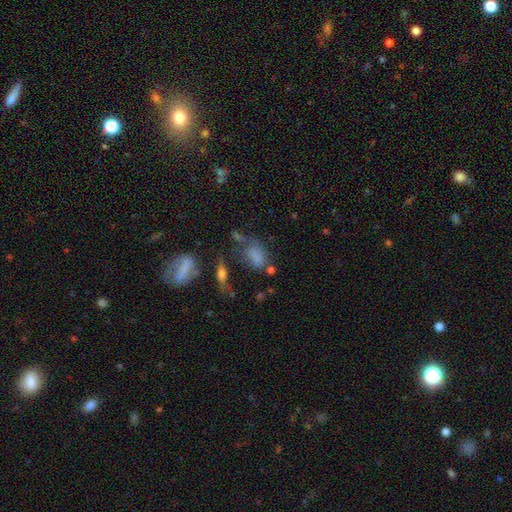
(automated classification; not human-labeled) Overall: smooth (67%). How rounded: in between (77%). Merging: none (36%; minor disturbance 24%).